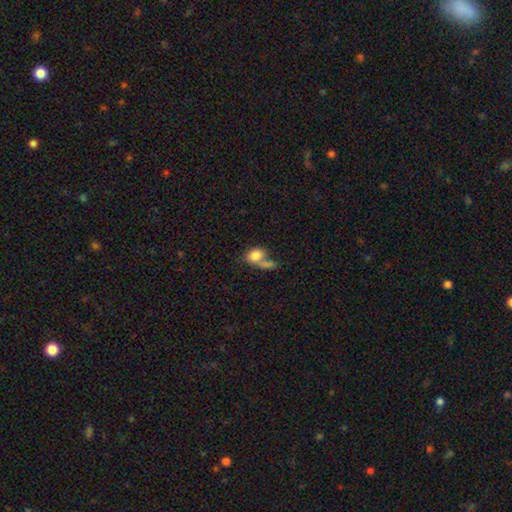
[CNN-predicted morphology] The model was most divided on "merging": merger: 46%, none: 29%, major disturbance: 13%, minor disturbance: 12%. More confident: smooth or featured — smooth (79%); how rounded — in between (65%).